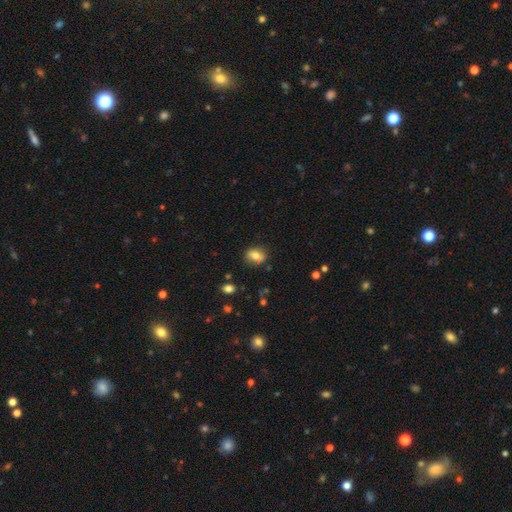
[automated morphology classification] Overall: smooth (76%). How rounded: in between (65%; round 33%). Merging: none (68%).